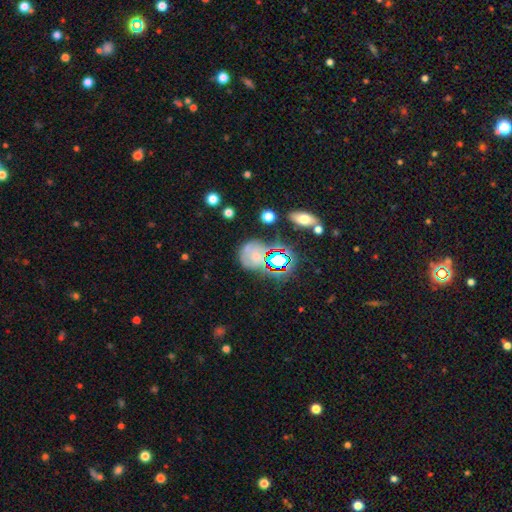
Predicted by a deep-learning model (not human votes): Smooth or featured?
  - smooth: 48% *
  - star or artifact: 28%
  - featured or disk: 23%
Merging?
  - none: 57% *
  - minor disturbance: 21%
  - major disturbance: 12%
  - merger: 10%